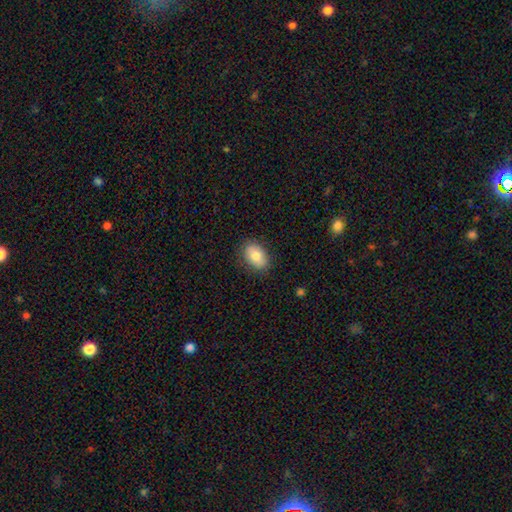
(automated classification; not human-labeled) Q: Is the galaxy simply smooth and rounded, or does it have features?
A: smooth — 80%.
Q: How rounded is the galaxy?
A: in between — 85%.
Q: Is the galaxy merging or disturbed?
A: none — 84%.